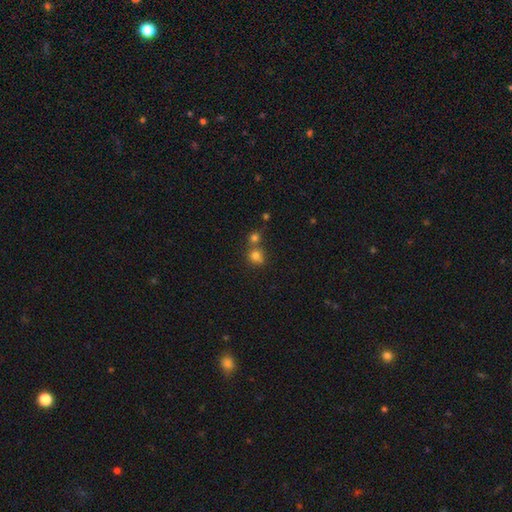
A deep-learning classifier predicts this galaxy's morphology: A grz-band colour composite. It shows a smooth galaxy with no disk features (78%) that is round (77%). Merging: none (48%).